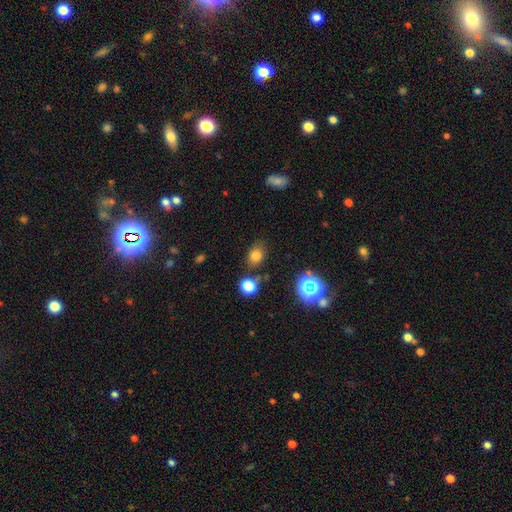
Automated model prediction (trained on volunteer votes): Smooth or featured? smooth (74%)
How rounded? in between (58%)
Merging? none (75%)